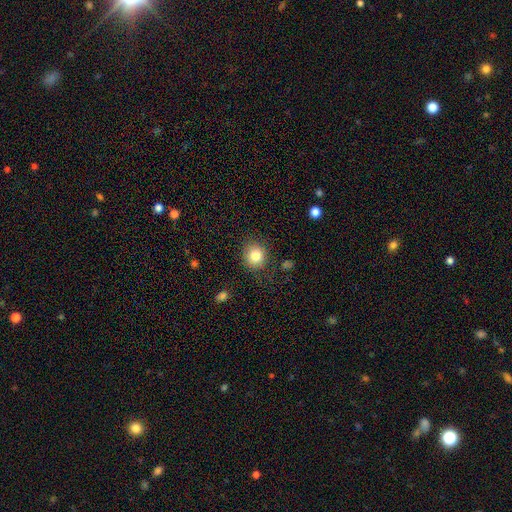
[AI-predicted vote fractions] Smooth or featured: smooth — 82% (star or artifact — 10%)
How rounded: round — 83% (in between — 16%)
Merging: none — 82% (minor disturbance — 12%)